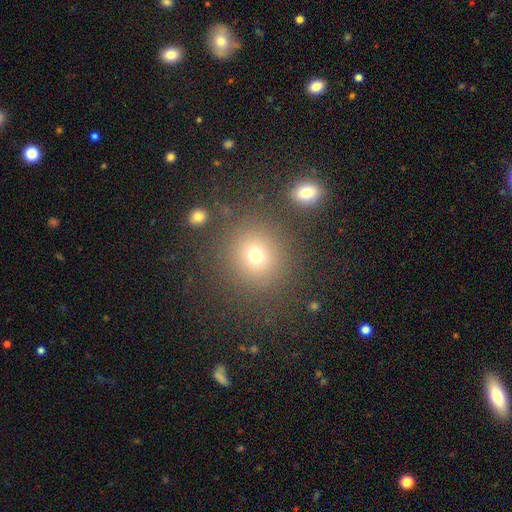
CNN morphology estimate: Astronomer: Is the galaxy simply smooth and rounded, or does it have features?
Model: smooth — 72%.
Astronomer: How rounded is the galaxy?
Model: round — 86%.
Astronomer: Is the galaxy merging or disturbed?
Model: none — 83%.